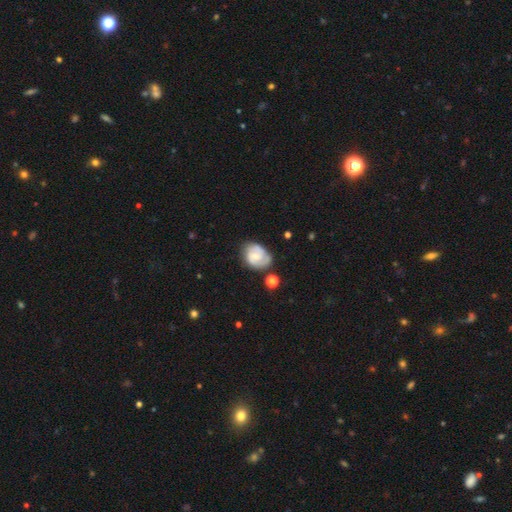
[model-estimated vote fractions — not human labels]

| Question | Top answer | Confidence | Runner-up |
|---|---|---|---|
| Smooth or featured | featured or disk | 62% | smooth (31%) |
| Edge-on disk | no | 97% | yes (3%) |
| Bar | no | 62% | weak (33%) |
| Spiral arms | yes | 89% | no (11%) |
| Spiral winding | tight | 48% | medium (39%) |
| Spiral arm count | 2 | 57% | can't tell (19%) |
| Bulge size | small | 54% | moderate (33%) |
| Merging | none | 62% | minor disturbance (25%) |